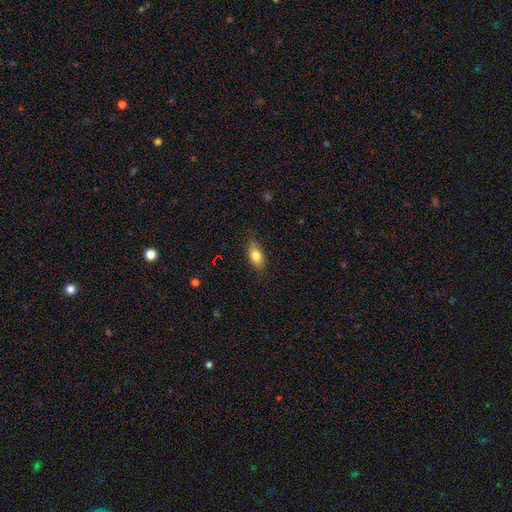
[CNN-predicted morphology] type=smooth (75%); roundness=in between (83%); merging=none (83%).